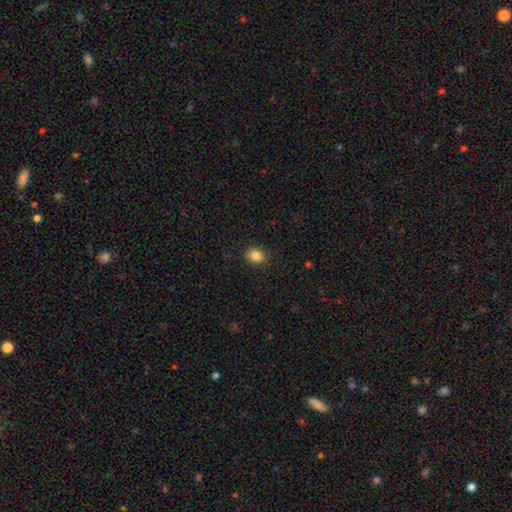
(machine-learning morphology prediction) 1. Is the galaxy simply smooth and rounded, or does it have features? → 85% smooth, 10% star or artifact, 5% featured or disk.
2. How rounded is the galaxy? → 61% round, 38% in between, 1% cigar-shaped.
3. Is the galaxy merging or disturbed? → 89% none, 8% minor disturbance, 2% major disturbance, 1% merger.